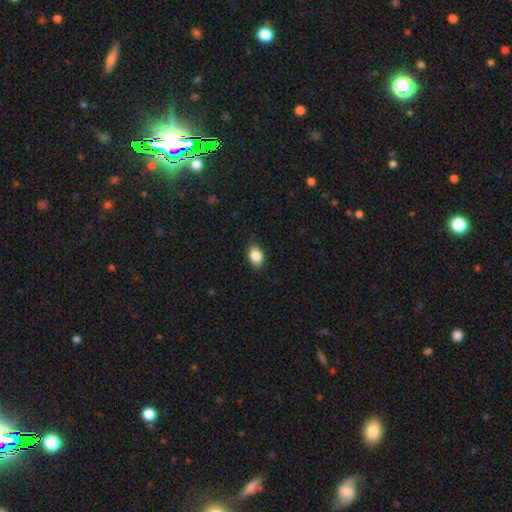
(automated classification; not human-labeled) A smooth galaxy with no disk features (86%) that is in between round and cigar-shaped (81%).

Vote fractions:
- Smooth or featured? smooth: 86% / star or artifact: 8% / featured or disk: 5%
- How rounded? in between: 81% / round: 17% / cigar-shaped: 1%
- Merging? none: 83% / minor disturbance: 13% / major disturbance: 2% / merger: 1%